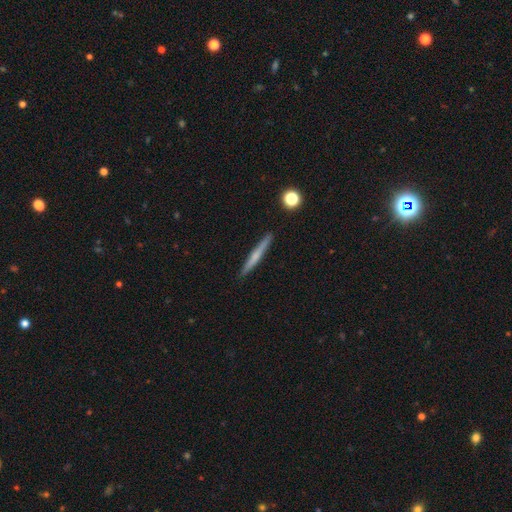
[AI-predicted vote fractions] This is possibly a smooth galaxy (49%). Merging: clearly none (91%).